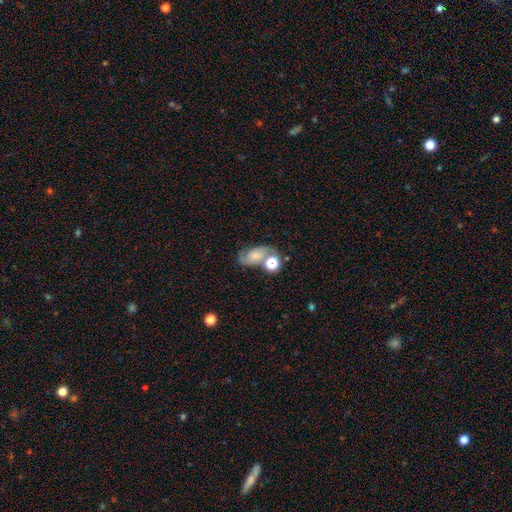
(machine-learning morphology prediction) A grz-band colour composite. It shows a smooth galaxy with no disk features (49%). Merging: none (41%).